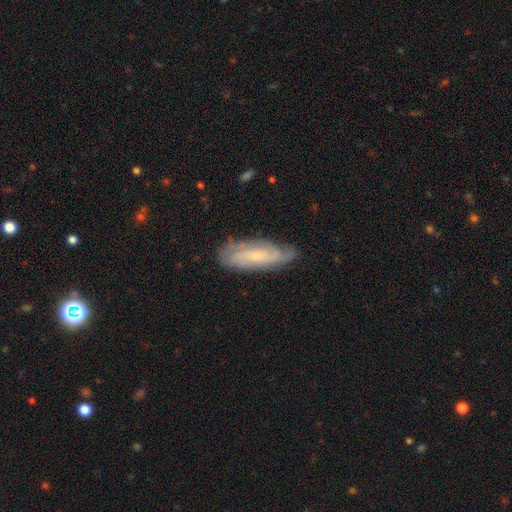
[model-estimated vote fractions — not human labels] A featured or disk galaxy (63%).

Vote fractions:
- Smooth or featured? featured or disk: 63% / smooth: 30% / star or artifact: 7%
- Edge-on disk? no: 79% / yes: 21%
- Merging? none: 73% / minor disturbance: 21% / major disturbance: 5% / merger: 2%